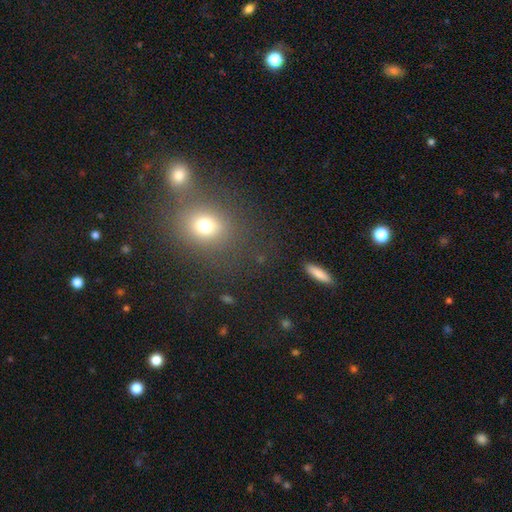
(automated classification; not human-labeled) Overall: smooth (59%; star or artifact 31%). How rounded: round (67%; in between 31%). Merging: none (68%).